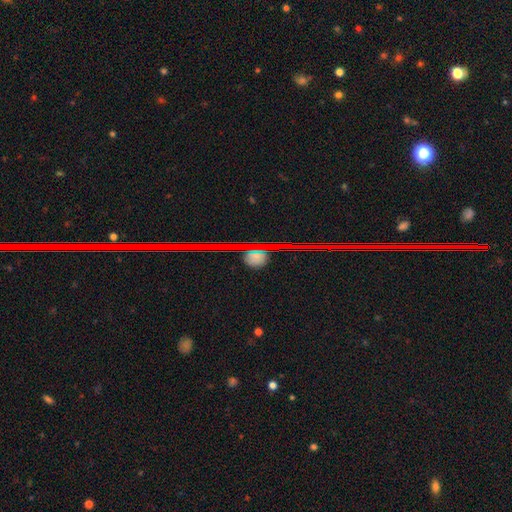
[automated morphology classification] This is possibly a star or artifact rather than a galaxy (49%).